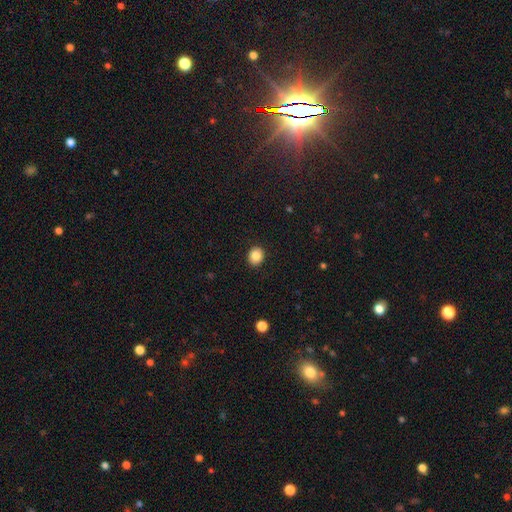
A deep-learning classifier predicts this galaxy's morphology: Overall: smooth (86%). How rounded: round (70%). Merging: none (91%).